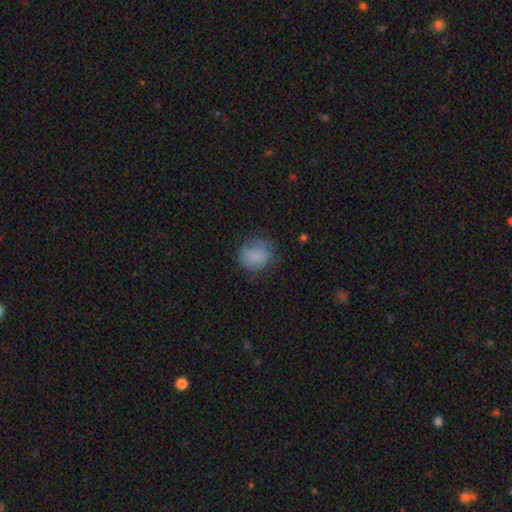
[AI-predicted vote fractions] Smooth or featured: smooth — 80% (featured or disk — 11%)
How rounded: round — 69% (in between — 30%)
Merging: none — 67% (minor disturbance — 22%)